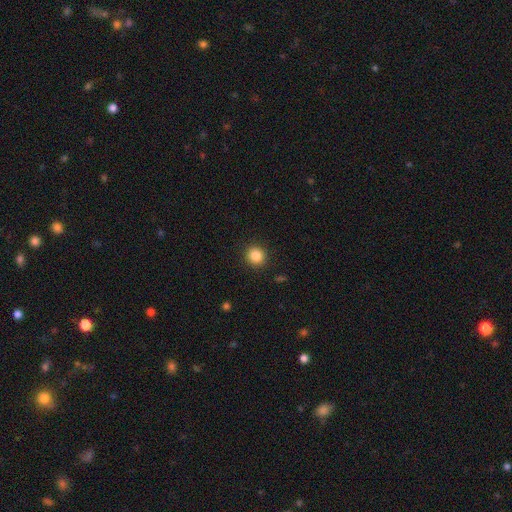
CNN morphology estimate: Overall: smooth (86%). How rounded: round (91%). Merging: none (91%).